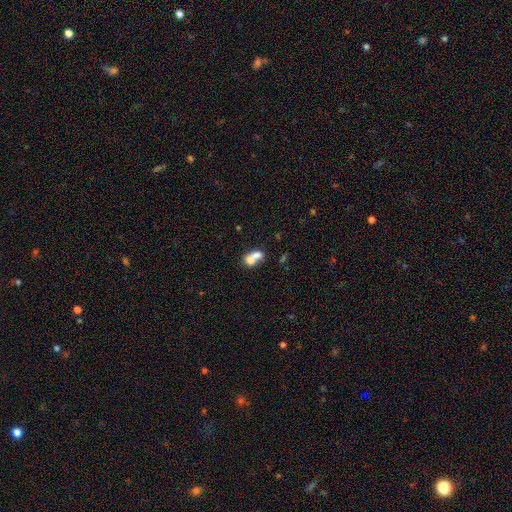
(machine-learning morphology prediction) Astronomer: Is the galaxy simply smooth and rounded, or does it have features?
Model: smooth — 68%.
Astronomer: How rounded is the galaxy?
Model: in between — 59% (runner-up: round, 39%).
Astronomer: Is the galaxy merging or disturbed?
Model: merger — 71%.